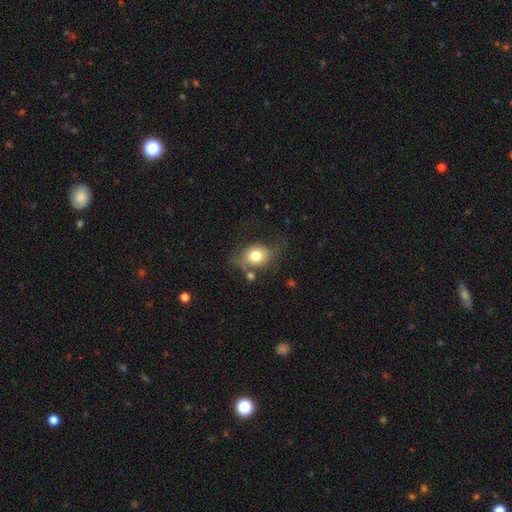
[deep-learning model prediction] A smooth galaxy with no disk features (72%) that is round (50%).

Vote fractions:
- Smooth or featured? smooth: 72% / featured or disk: 18% / star or artifact: 9%
- How rounded? round: 50% / in between: 49% / cigar-shaped: 1%
- Merging? none: 49% / minor disturbance: 27% / major disturbance: 15% / merger: 9%